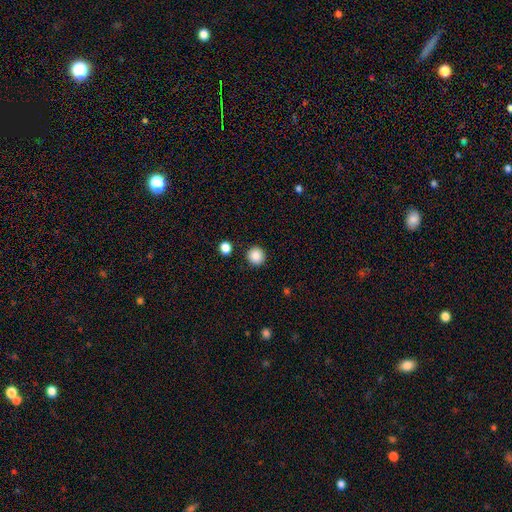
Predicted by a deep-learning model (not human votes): A smooth galaxy with no disk features (87%) that is round (94%).

Vote fractions:
- Smooth or featured? smooth: 87% / star or artifact: 9% / featured or disk: 4%
- How rounded? round: 94% / in between: 5% / cigar-shaped: 1%
- Merging? none: 91% / minor disturbance: 5% / merger: 2% / major disturbance: 2%